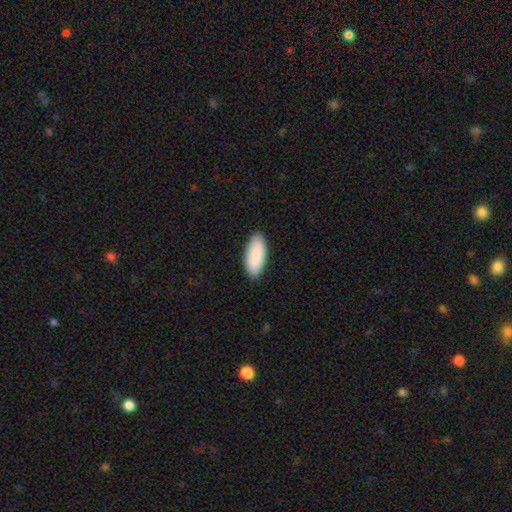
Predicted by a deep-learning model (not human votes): smooth-or-featured: smooth: 90% | star or artifact: 5% | featured or disk: 4%
  how-rounded: in between: 88% | cigar-shaped: 10% | round: 2%
  merging: none: 88% | minor disturbance: 10% | major disturbance: 2% | merger: 1%